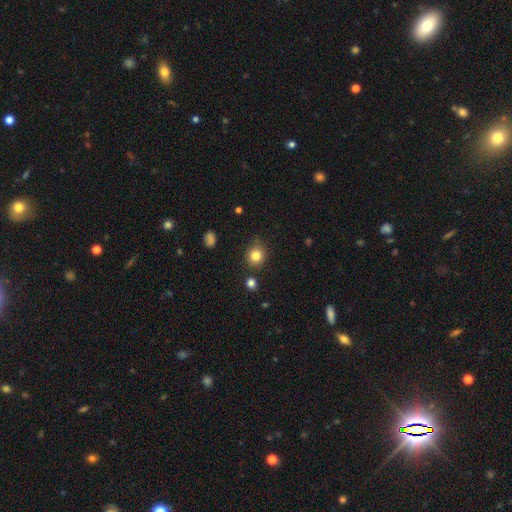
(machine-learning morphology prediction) smooth_or_featured: smooth (p=0.83) [alt: star or artifact p=0.11]
how_rounded: round (p=0.80) [alt: in between p=0.19]
merging: none (p=0.78) [alt: minor disturbance p=0.14]